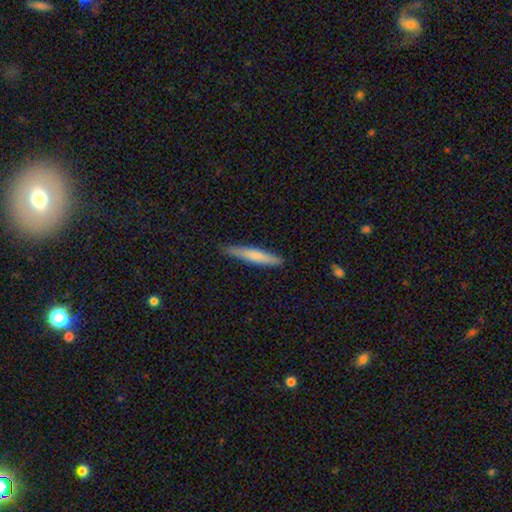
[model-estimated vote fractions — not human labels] A smooth galaxy with no disk features (72%) that is cigar-shaped (93%).

Vote fractions:
- Smooth or featured? smooth: 72% / featured or disk: 22% / star or artifact: 5%
- How rounded? cigar-shaped: 93% / in between: 6% / round: 1%
- Merging? none: 86% / minor disturbance: 11% / major disturbance: 2% / merger: 1%